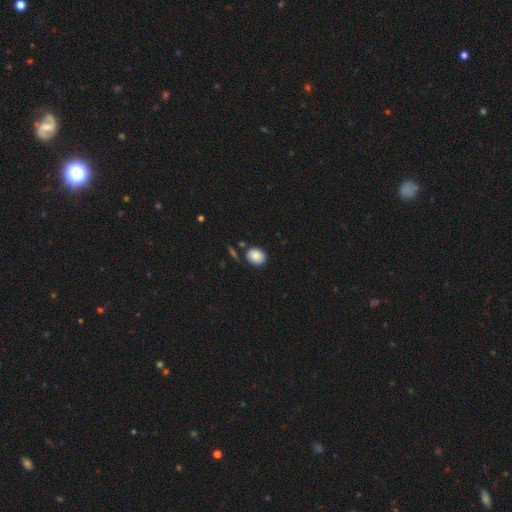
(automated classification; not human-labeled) Overall: smooth (86%). How rounded: round (56%; in between 43%). Merging: none (79%).